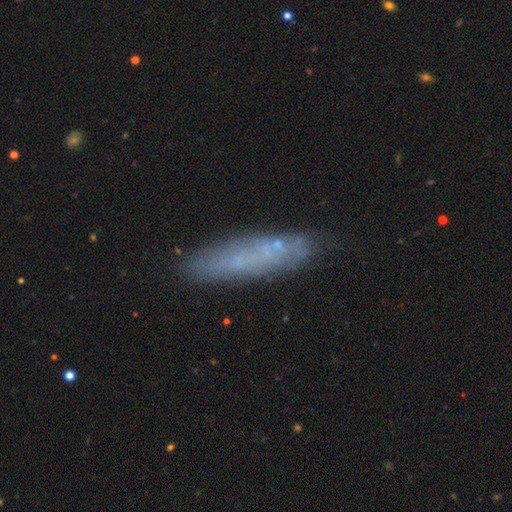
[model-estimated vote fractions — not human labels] Morphology: type=smooth (49%); merging=none (81%).